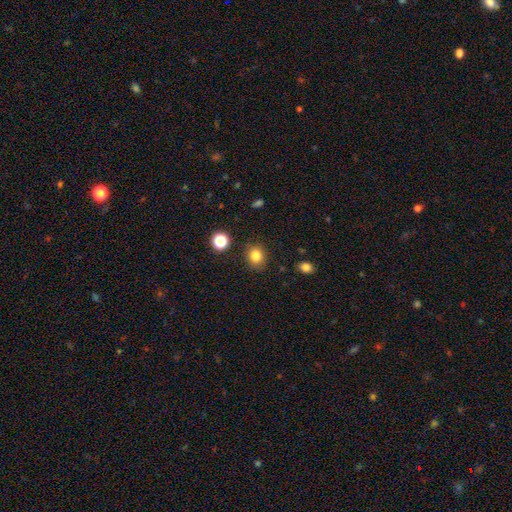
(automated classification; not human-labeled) A smooth galaxy with no disk features (83%) that is round (68%).

Vote fractions:
- Smooth or featured? smooth: 83% / star or artifact: 12% / featured or disk: 5%
- How rounded? round: 68% / in between: 31% / cigar-shaped: 1%
- Merging? none: 86% / minor disturbance: 9% / major disturbance: 3% / merger: 2%